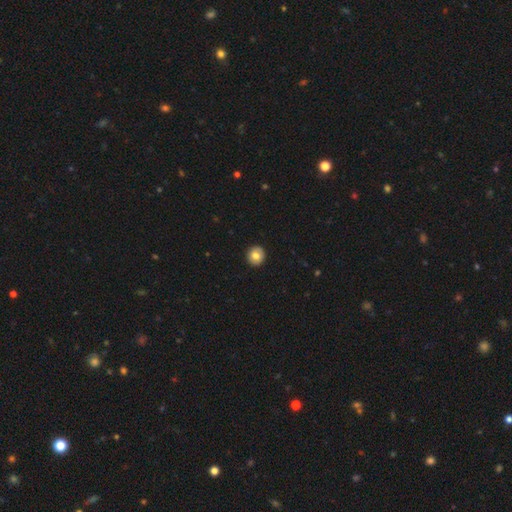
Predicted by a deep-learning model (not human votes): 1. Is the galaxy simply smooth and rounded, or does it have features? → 79% smooth, 13% featured or disk, 8% star or artifact.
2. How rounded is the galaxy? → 92% round, 7% in between, 1% cigar-shaped.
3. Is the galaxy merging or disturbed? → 93% none, 5% minor disturbance, 1% major disturbance, 1% merger.